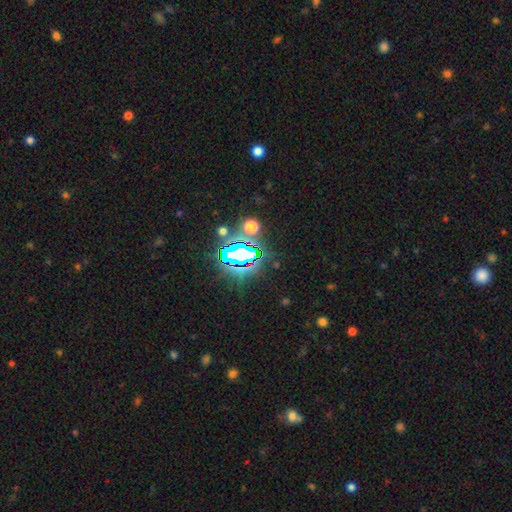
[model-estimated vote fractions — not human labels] Q: Smooth or featured?
A: star or artifact (80%); runner-up: smooth (13%)